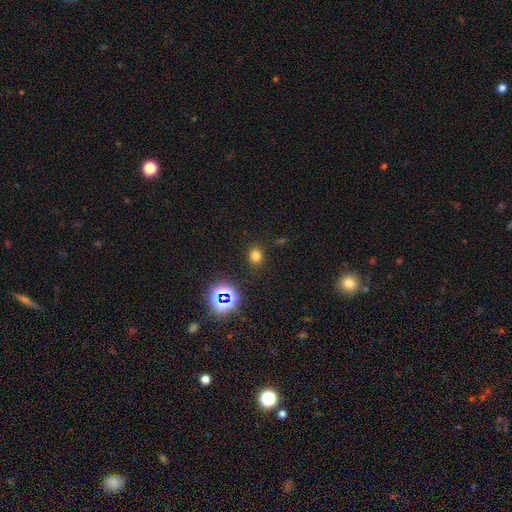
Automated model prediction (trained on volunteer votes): A smooth galaxy with no disk features (73%) that is round (69%). Merging: none (87%).